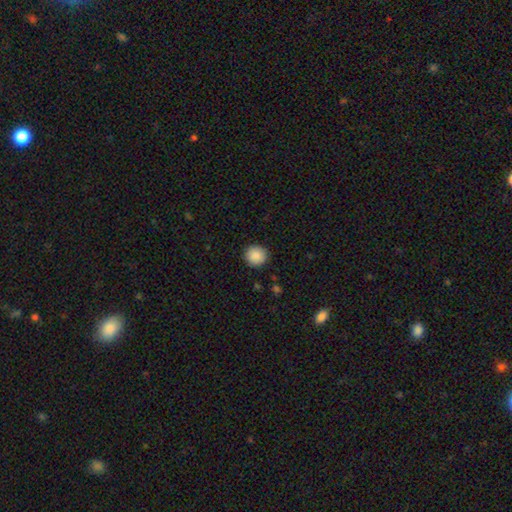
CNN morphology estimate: Smooth or featured? smooth (89%)
How rounded? round (91%)
Merging? none (92%)